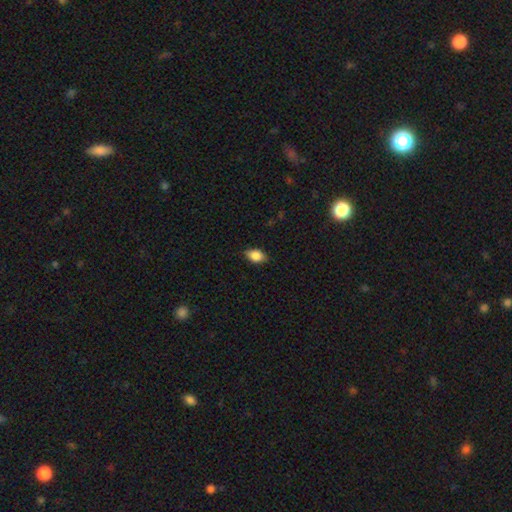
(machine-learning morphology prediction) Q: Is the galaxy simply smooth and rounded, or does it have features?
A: smooth — 83%.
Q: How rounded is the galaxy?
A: in between — 83%.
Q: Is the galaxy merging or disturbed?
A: none — 82%.